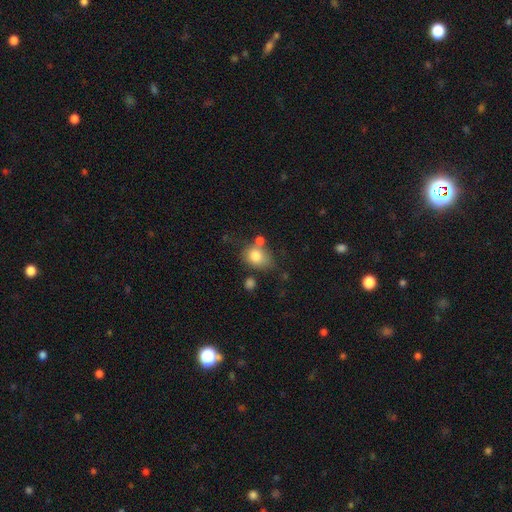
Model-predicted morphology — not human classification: Smooth or featured: smooth — 81% (featured or disk — 10%)
How rounded: in between — 53% (round — 45%)
Merging: none — 51% (minor disturbance — 22%)